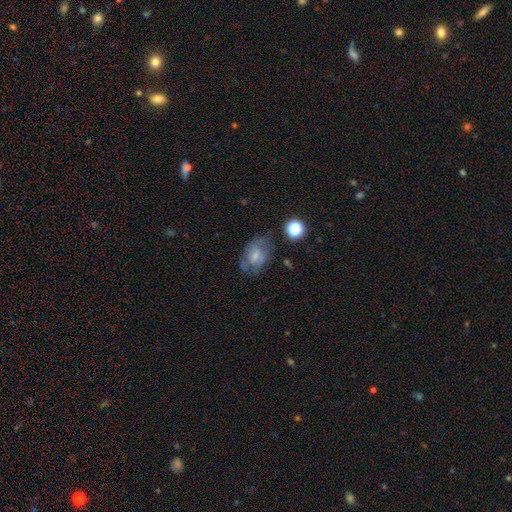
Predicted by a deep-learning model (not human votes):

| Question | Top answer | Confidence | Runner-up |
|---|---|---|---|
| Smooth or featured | smooth | 51% | featured or disk (37%) |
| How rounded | in between | 78% | round (21%) |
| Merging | none | 48% | minor disturbance (27%) |